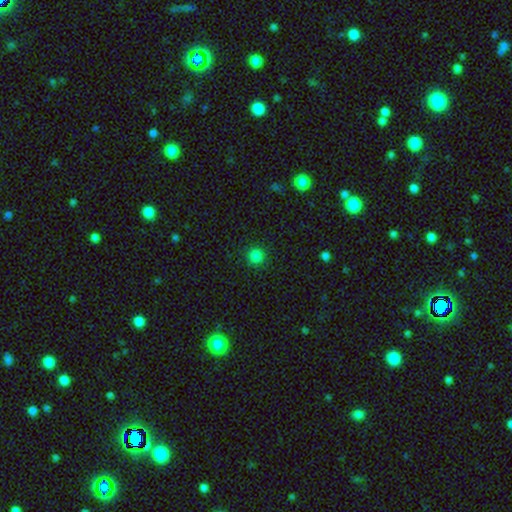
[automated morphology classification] A smooth galaxy with no disk features (84%) that is round (94%).

Vote fractions:
- Smooth or featured? smooth: 84% / star or artifact: 13% / featured or disk: 3%
- How rounded? round: 94% / in between: 5% / cigar-shaped: 1%
- Merging? none: 91% / minor disturbance: 6% / major disturbance: 2% / merger: 1%